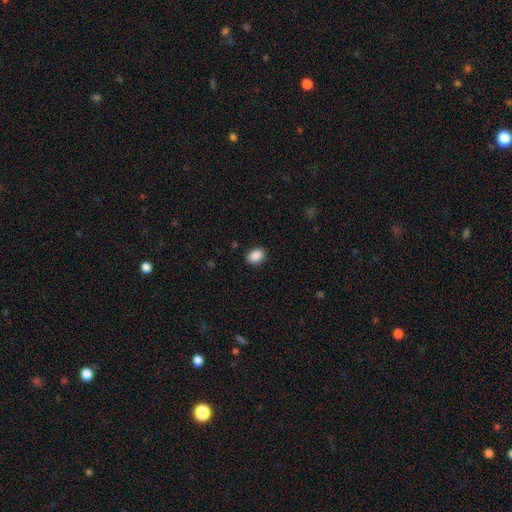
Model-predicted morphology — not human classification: This is clearly a smooth galaxy (90%). How rounded: likely in between (77%). Merging: clearly none (89%).